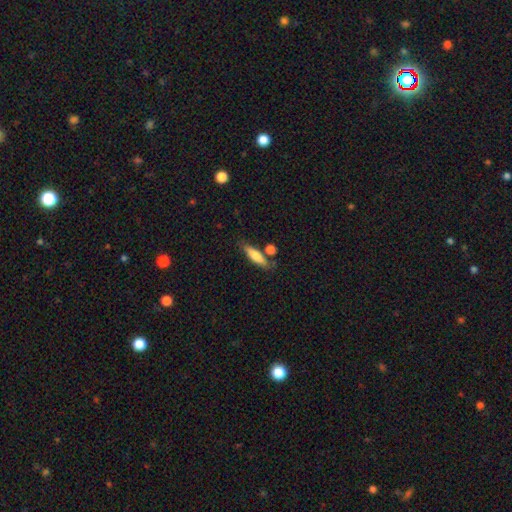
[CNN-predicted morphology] type=smooth (73%); roundness=cigar-shaped (62%); merging=none (70%).